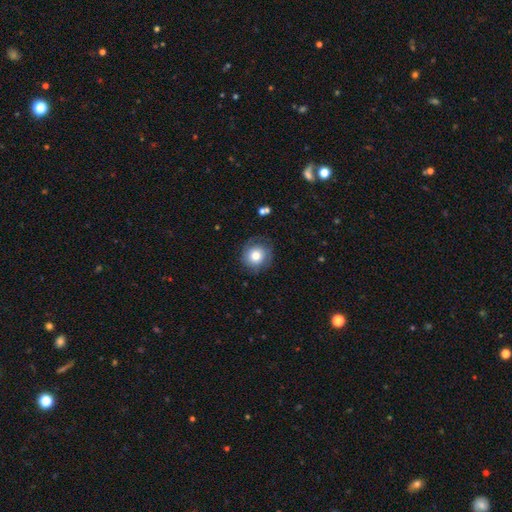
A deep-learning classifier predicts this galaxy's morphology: Overall: smooth (72%). How rounded: round (89%). Merging: none (75%).